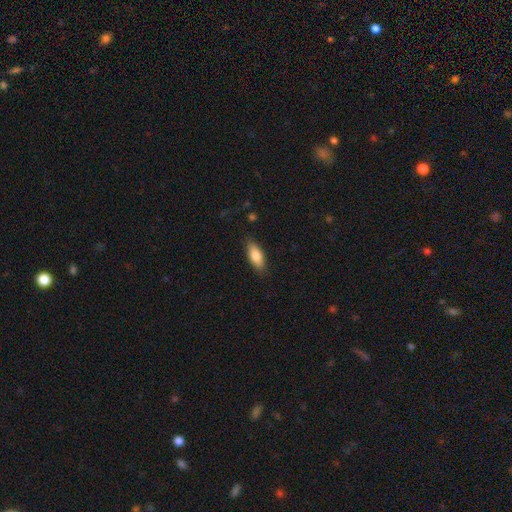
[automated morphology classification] Q: Smooth or featured?
A: smooth (82%); runner-up: featured or disk (12%)
Q: How rounded?
A: in between (77%); runner-up: cigar-shaped (21%)
Q: Merging?
A: none (85%); runner-up: minor disturbance (11%)